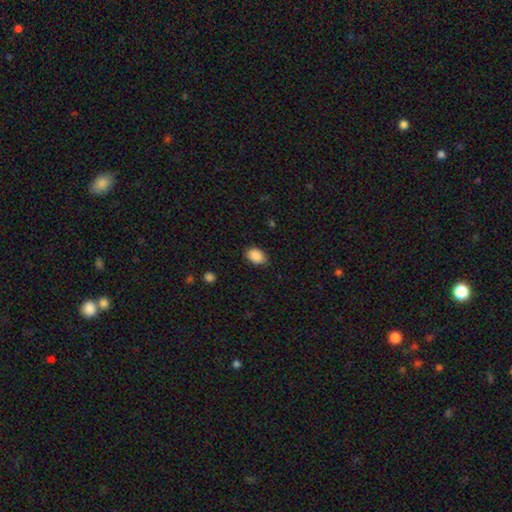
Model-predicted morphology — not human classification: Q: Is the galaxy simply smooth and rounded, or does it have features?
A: smooth — 89%.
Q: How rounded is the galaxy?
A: in between — 83%.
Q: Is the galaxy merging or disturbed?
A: none — 81%.